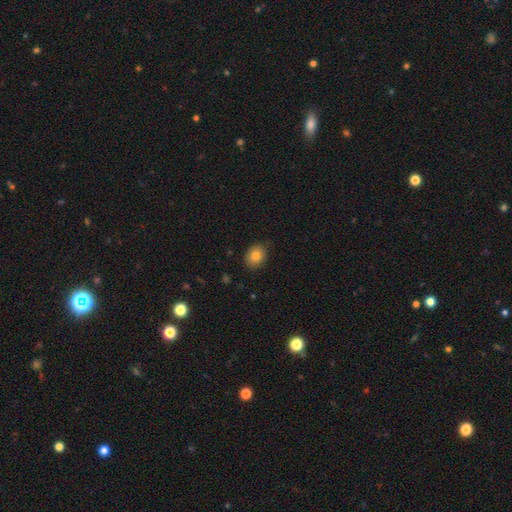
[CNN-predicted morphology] A smooth galaxy with no disk features (82%) that is in between round and cigar-shaped (50%).

Vote fractions:
- Smooth or featured? smooth: 82% / star or artifact: 9% / featured or disk: 9%
- How rounded? in between: 50% / round: 49% / cigar-shaped: 1%
- Merging? none: 84% / minor disturbance: 13% / major disturbance: 2% / merger: 1%